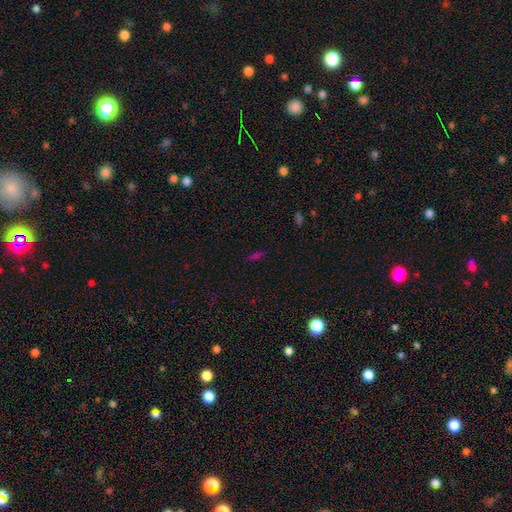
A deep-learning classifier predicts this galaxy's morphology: A smooth galaxy with no disk features (55%) that is in between round and cigar-shaped (50%). Merging: none (82%).